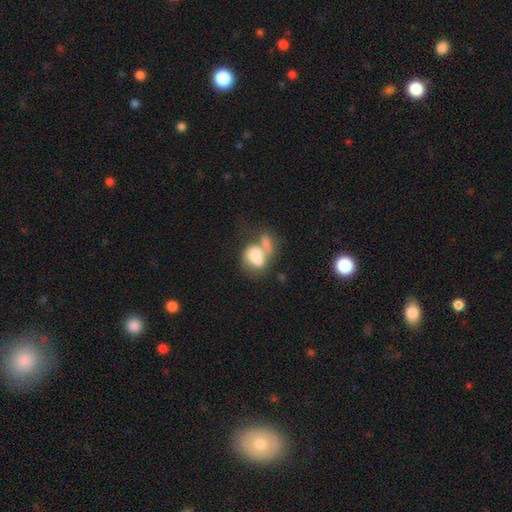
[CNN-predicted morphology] A smooth galaxy with no disk features (63%) that is in between round and cigar-shaped (58%). Merging: merger (53%).